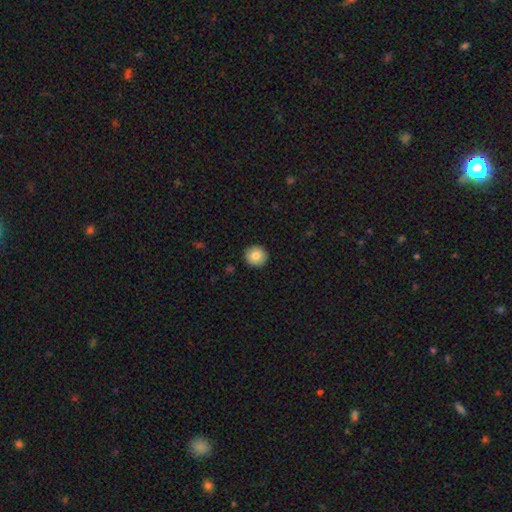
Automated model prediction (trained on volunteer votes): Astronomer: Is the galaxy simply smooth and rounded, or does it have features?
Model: smooth — 83%.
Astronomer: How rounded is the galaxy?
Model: round — 95%.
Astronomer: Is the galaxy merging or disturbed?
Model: none — 93%.